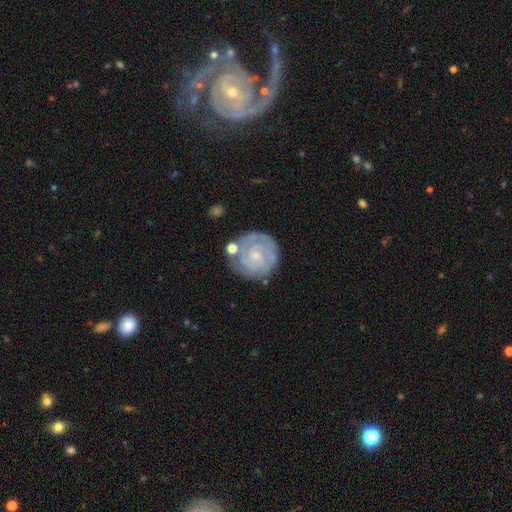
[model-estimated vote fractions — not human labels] Overall: featured or disk (81%). Edge-on disk: no (98%). Bar: no (67%; weak 27%). Spiral arms: yes (96%). Spiral arm count: 2 (34%; 3 24%). Spiral winding: tight (78%). Bulge size: small (75%). Merging: none (74%).